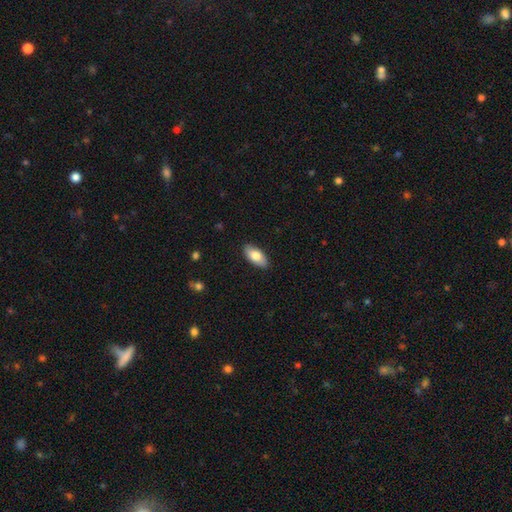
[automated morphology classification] This is likely a smooth galaxy (79%). How rounded: clearly in between (91%). Merging: clearly none (88%).